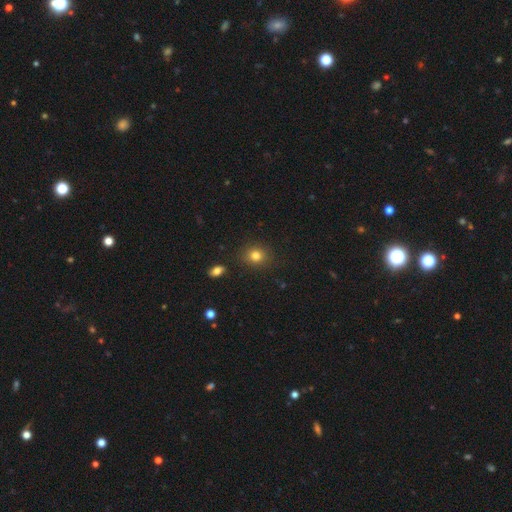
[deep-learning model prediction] This appears to be a smooth galaxy with no disk features (81%) that is round (76%). Merging: none (86%).